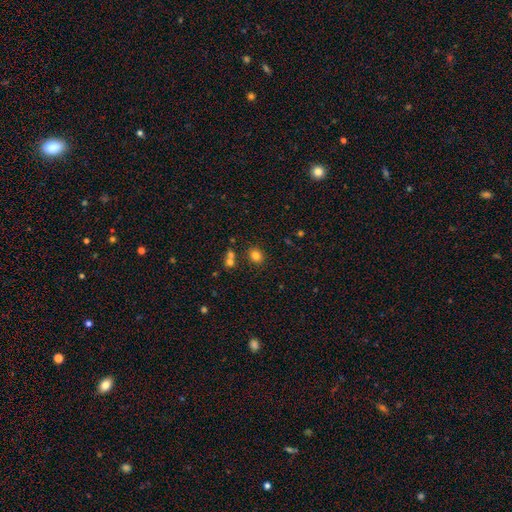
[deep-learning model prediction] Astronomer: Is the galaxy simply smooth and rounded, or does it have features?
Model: smooth — 79%.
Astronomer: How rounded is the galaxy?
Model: round — 70%.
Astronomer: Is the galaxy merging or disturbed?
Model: none — 79%.